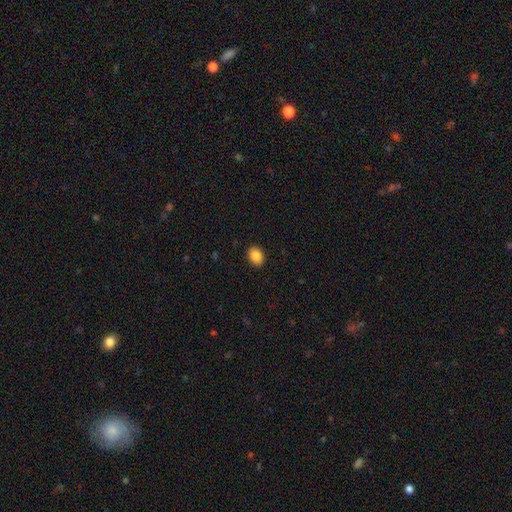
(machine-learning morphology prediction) Smooth or featured? Predicted: smooth (p=0.87). How rounded? Predicted: in between (p=0.69). Merging? Predicted: none (p=0.90).